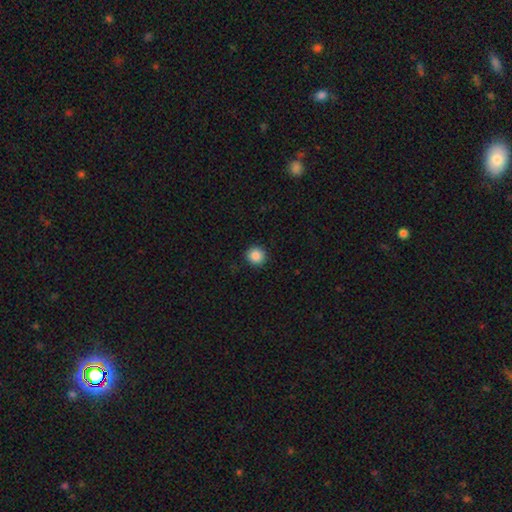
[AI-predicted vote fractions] Smooth or featured?
  - smooth: 88% *
  - star or artifact: 9%
  - featured or disk: 3%
How rounded?
  - round: 94% *
  - in between: 5%
  - cigar-shaped: 1%
Merging?
  - none: 91% *
  - minor disturbance: 6%
  - major disturbance: 2%
  - merger: 1%